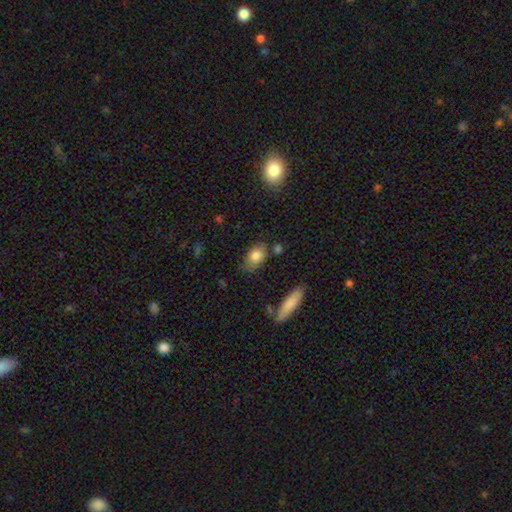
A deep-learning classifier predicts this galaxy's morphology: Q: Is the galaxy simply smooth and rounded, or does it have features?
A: smooth — 81%.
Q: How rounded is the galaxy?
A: in between — 84%.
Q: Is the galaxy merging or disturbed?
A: none — 72%.